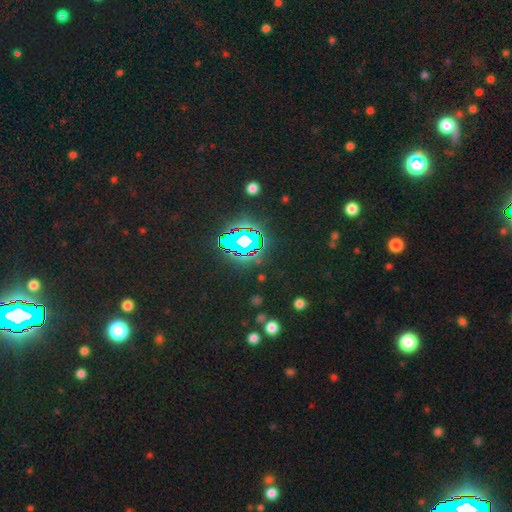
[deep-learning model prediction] This appears to be a star or artifact, not a galaxy (82%).